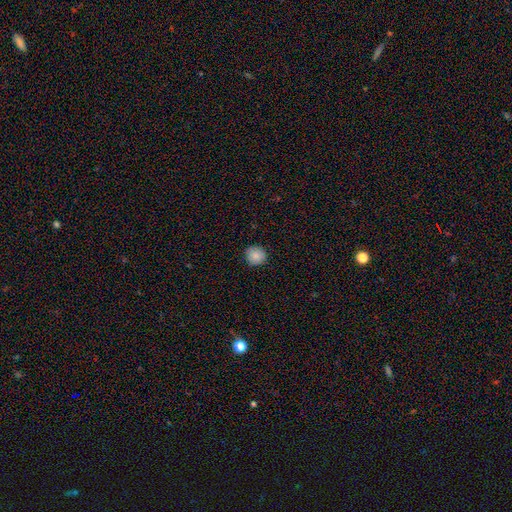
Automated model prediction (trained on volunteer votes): The model was most divided on "smooth or featured": smooth: 87%, star or artifact: 9%, featured or disk: 5%. More confident: how rounded — round (94%); merging — none (90%).